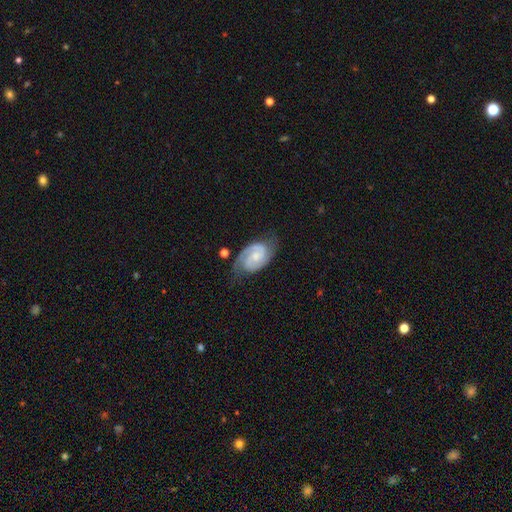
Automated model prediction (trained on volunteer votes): smooth-or-featured: featured or disk: 85% | smooth: 10% | star or artifact: 5%
  disk-edge-on: no: 97% | yes: 3%
    bar: no: 55% | weak: 37% | strong: 7%
    has-spiral-arms: yes: 97% | no: 3%
      spiral-winding: tight: 52% | medium: 40% | loose: 8%
      spiral-arm-count: 2: 87% | can't tell: 5% | 1: 3% | 3: 2% | 4: 1% | more than 4: 1%
    bulge-size: small: 45% | moderate: 36% | none: 14% | large: 3% | dominant: 1%
  merging: none: 68% | minor disturbance: 22% | major disturbance: 8% | merger: 2%